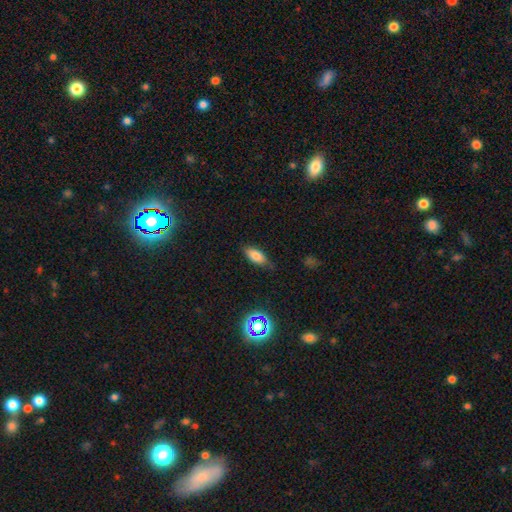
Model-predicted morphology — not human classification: A smooth galaxy with no disk features (78%) that is in between round and cigar-shaped (84%). Merging: none (75%).